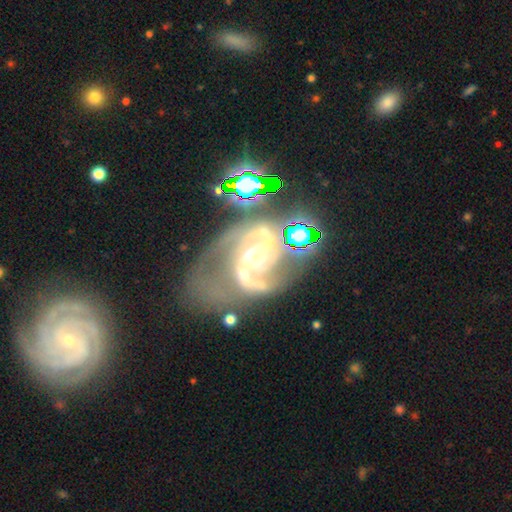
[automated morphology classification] A featured or disk galaxy (87%) with a weak bar (45%), 2 (85%) medium (56%) spiral arms (97%) and a small central bulge (51%).

Vote fractions:
- Smooth or featured? featured or disk: 87% / star or artifact: 9% / smooth: 4%
- Edge-on disk? no: 98% / yes: 2%
- Bar? weak: 45% / strong: 29% / no: 26%
- Spiral arms? yes: 97% / no: 3%
- Spiral winding? medium: 56% / loose: 28% / tight: 16%
- Spiral arm count? 2: 85% / 3: 5% / can't tell: 4% / 1: 3% / 4: 2% / more than 4: 2%
- Bulge size? small: 51% / moderate: 40% / none: 4% / large: 3% / dominant: 1%
- Merging? none: 44% / major disturbance: 23% / minor disturbance: 19% / merger: 13%